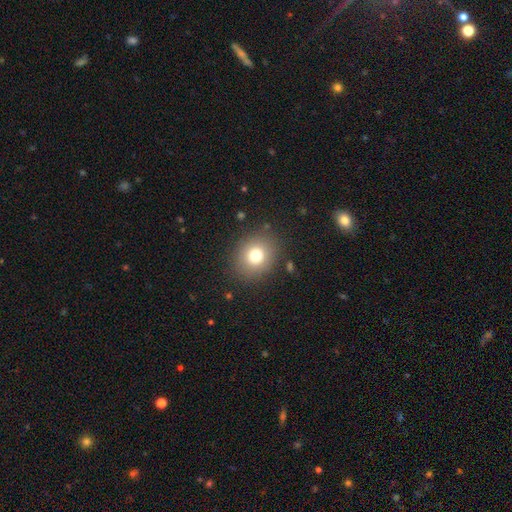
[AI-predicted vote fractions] Smooth or featured? Predicted: smooth (p=0.77). How rounded? Predicted: round (p=0.74). Merging? Predicted: none (p=0.86).